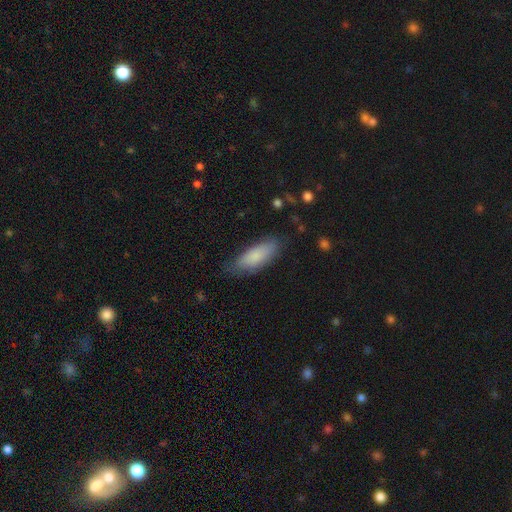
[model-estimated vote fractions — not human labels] A smooth galaxy with no disk features (85%) that is in between round and cigar-shaped (67%).

Vote fractions:
- Smooth or featured? smooth: 85% / featured or disk: 9% / star or artifact: 6%
- How rounded? in between: 67% / cigar-shaped: 31% / round: 2%
- Merging? none: 77% / minor disturbance: 18% / major disturbance: 4% / merger: 1%